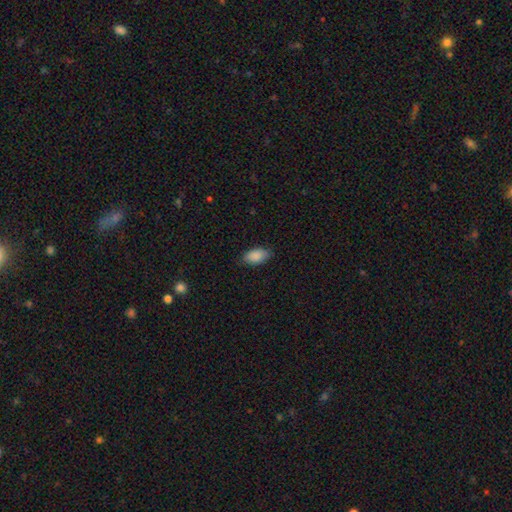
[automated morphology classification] Smooth or featured? smooth (89%)
How rounded? in between (94%)
Merging? none (81%)